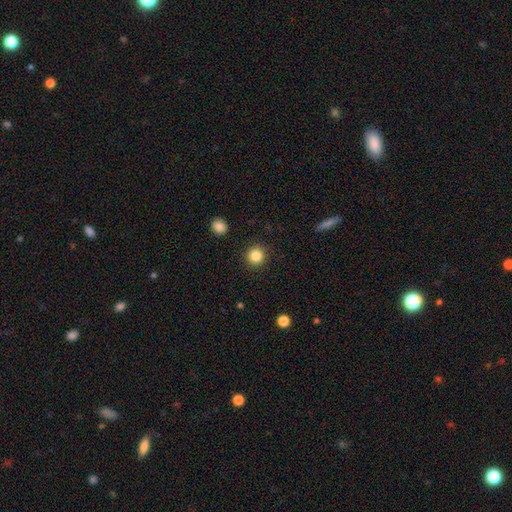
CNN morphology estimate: The model was most divided on "smooth or featured": smooth: 85%, star or artifact: 10%, featured or disk: 4%. More confident: how rounded — round (94%); merging — none (92%).